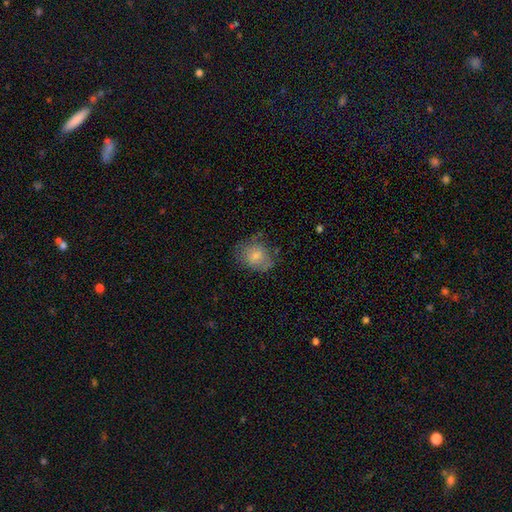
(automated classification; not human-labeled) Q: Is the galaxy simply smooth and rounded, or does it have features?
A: smooth — 75%.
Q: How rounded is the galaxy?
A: round — 53%.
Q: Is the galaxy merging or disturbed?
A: none — 61%.